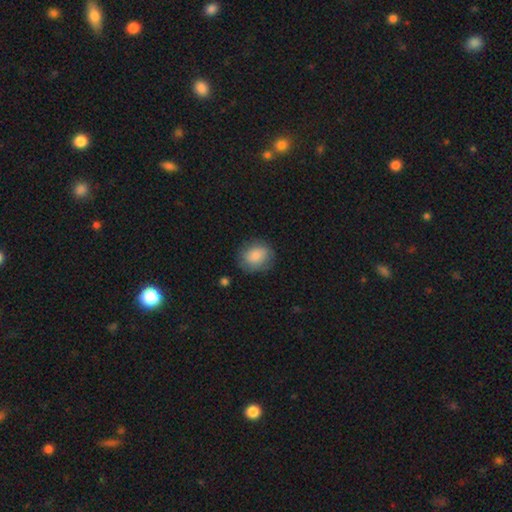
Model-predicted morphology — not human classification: Smooth or featured: smooth — 84% (featured or disk — 9%)
How rounded: round — 60% (in between — 39%)
Merging: none — 78% (minor disturbance — 16%)